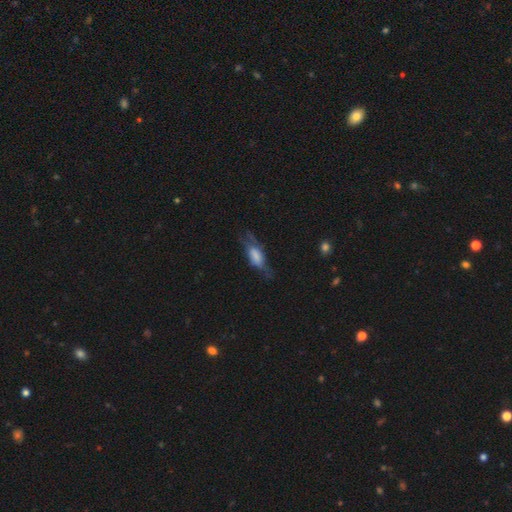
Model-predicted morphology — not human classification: A smooth galaxy with no disk features (55%) that is in between round and cigar-shaped (74%).

Vote fractions:
- Smooth or featured? smooth: 55% / featured or disk: 37% / star or artifact: 8%
- How rounded? in between: 74% / cigar-shaped: 22% / round: 3%
- Merging? none: 42% / minor disturbance: 29% / major disturbance: 27% / merger: 3%